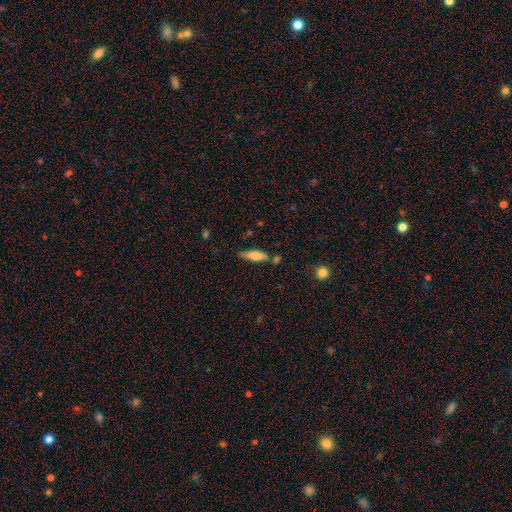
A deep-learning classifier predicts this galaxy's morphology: This is likely a smooth galaxy (67%). How rounded: possibly cigar-shaped (55%). Merging: likely none (69%).